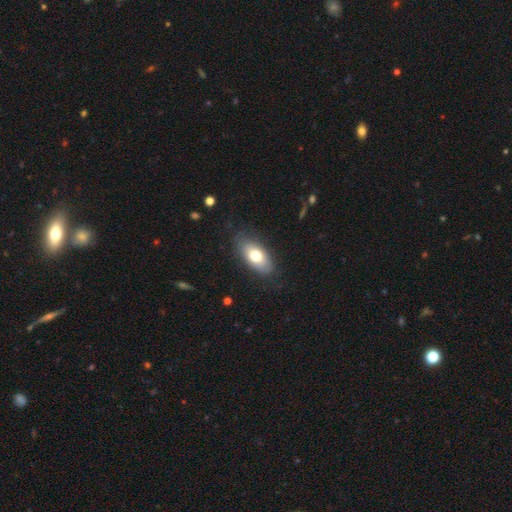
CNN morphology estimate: A smooth galaxy with no disk features (72%) that is in between round and cigar-shaped (89%). Merging: none (81%).